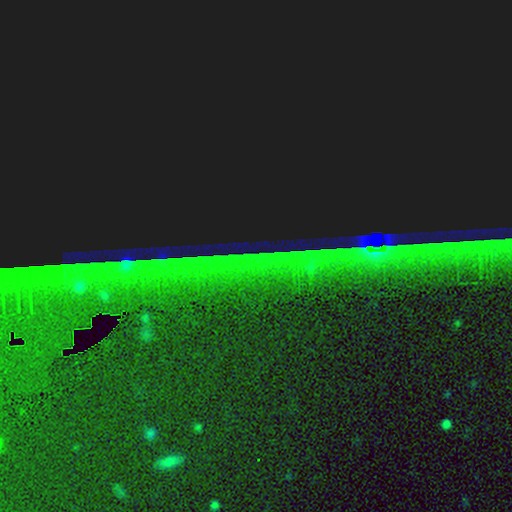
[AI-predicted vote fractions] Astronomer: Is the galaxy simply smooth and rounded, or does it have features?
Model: star or artifact — 87%.